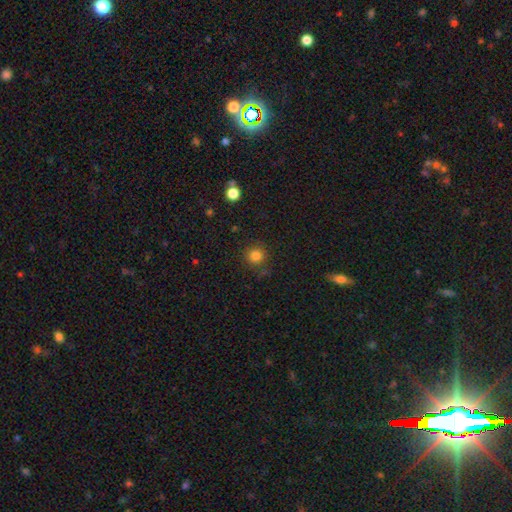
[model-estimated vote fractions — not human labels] Smooth or featured? smooth (82%)
How rounded? round (93%)
Merging? none (86%)